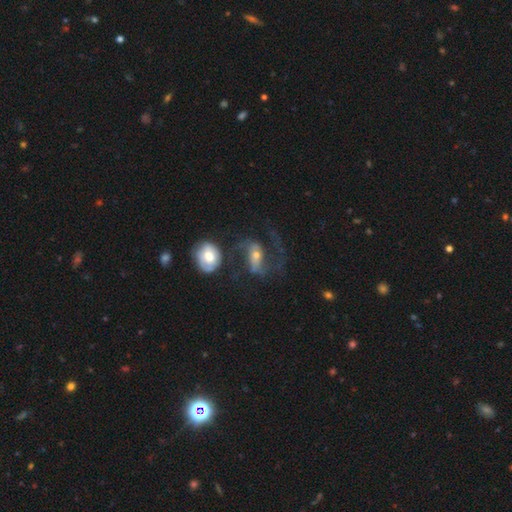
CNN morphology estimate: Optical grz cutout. It shows a featured or disk galaxy (72%) with no bar (35%), 2 (70%) loose (51%) spiral arms (82%) and a moderate central bulge (52%). Merging: major disturbance (38%).